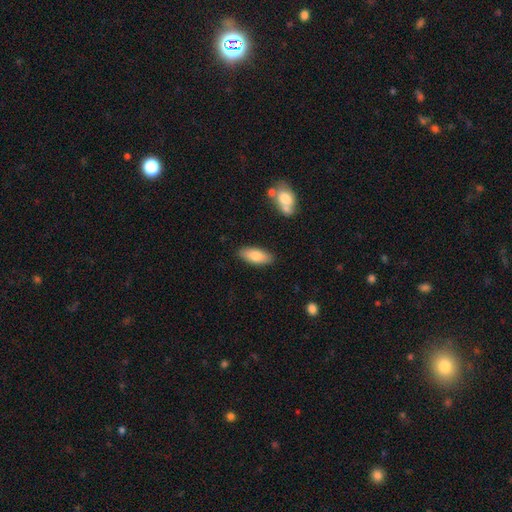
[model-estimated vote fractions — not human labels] Q: Smooth or featured?
A: smooth (81%); runner-up: featured or disk (13%)
Q: How rounded?
A: in between (79%); runner-up: cigar-shaped (19%)
Q: Merging?
A: none (86%); runner-up: minor disturbance (10%)